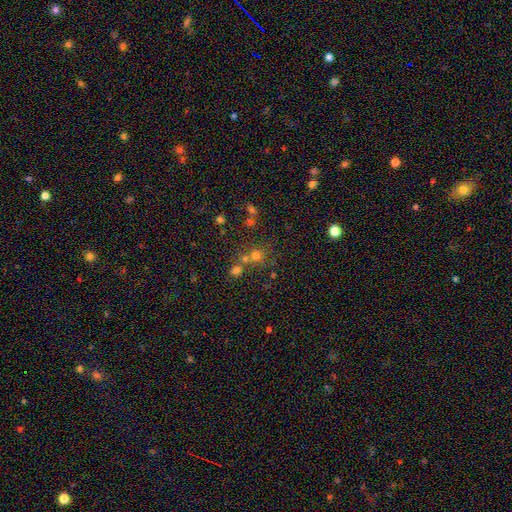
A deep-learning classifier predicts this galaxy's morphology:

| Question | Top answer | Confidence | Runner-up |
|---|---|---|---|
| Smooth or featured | smooth | 65% | star or artifact (24%) |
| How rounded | round | 87% | in between (12%) |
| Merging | none | 56% | merger (32%) |